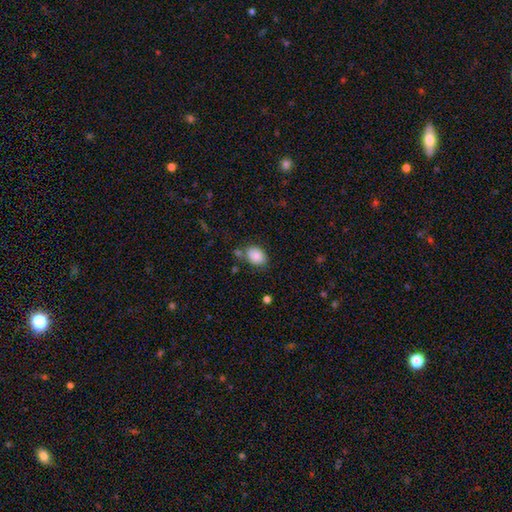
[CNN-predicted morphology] Q: Smooth or featured?
A: smooth (84%); runner-up: featured or disk (8%)
Q: How rounded?
A: in between (68%); runner-up: round (31%)
Q: Merging?
A: none (67%); runner-up: minor disturbance (18%)